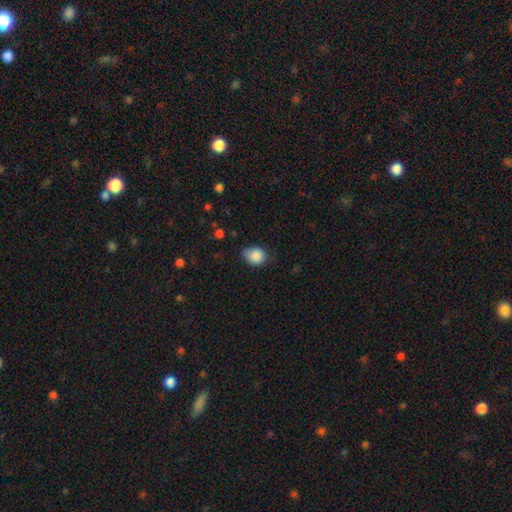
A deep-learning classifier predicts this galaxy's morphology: A smooth galaxy with no disk features (86%) that is round (59%).

Vote fractions:
- Smooth or featured? smooth: 86% / star or artifact: 9% / featured or disk: 5%
- How rounded? round: 59% / in between: 40% / cigar-shaped: 1%
- Merging? none: 62% / minor disturbance: 31% / major disturbance: 6% / merger: 2%